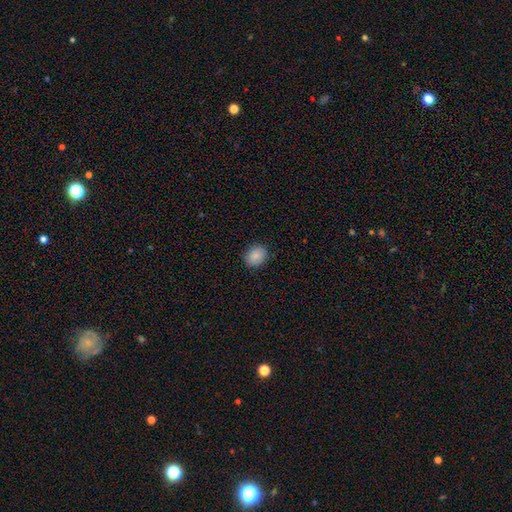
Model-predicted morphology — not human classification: Overall: smooth (88%). How rounded: round (54%; in between 45%). Merging: none (90%).